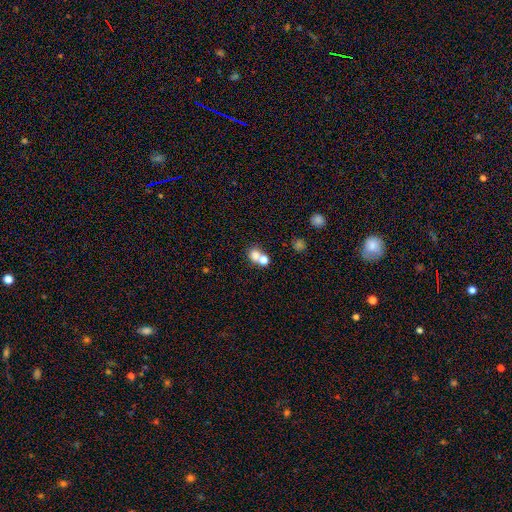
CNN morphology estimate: Overall: smooth (75%). How rounded: round (71%). Merging: merger (53%; none 37%).